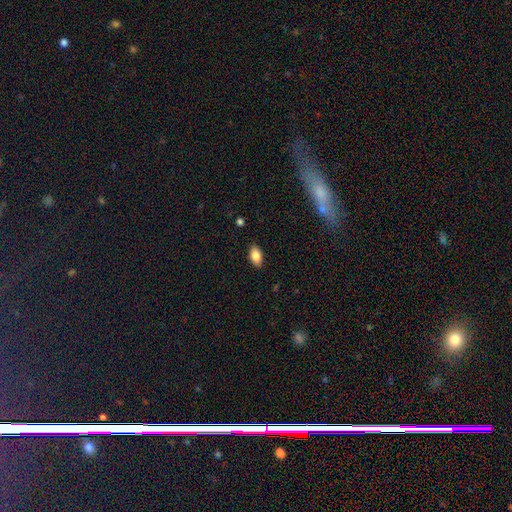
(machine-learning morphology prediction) The model was most divided on "smooth or featured": smooth: 84%, featured or disk: 8%, star or artifact: 8%. More confident: how rounded — in between (92%); merging — none (88%).